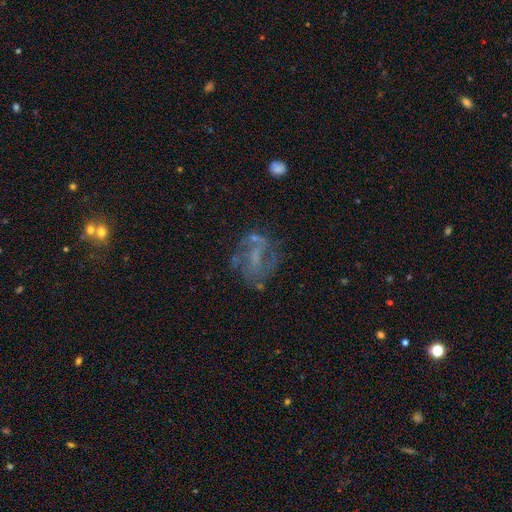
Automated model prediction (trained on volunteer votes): Smooth or featured?
  - featured or disk: 62% *
  - smooth: 22%
  - star or artifact: 16%
Edge-on disk?
  - no: 96% *
  - yes: 4%
Bar?
  - no: 51% *
  - weak: 35%
  - strong: 14%
Spiral arms?
  - yes: 50% * (tied)
  - no: 50% * (tied)
Bulge size?
  - none: 49% *
  - small: 29%
  - moderate: 18%
  - large: 3%
  - dominant: 1%
Merging?
  - none: 55% *
  - major disturbance: 21%
  - minor disturbance: 18%
  - merger: 6%